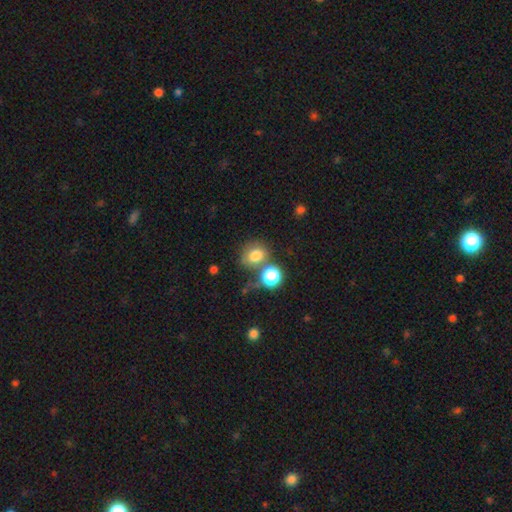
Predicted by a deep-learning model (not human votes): This appears to be a smooth galaxy with no disk features (76%) that is round (62%). Merging: none (55%).